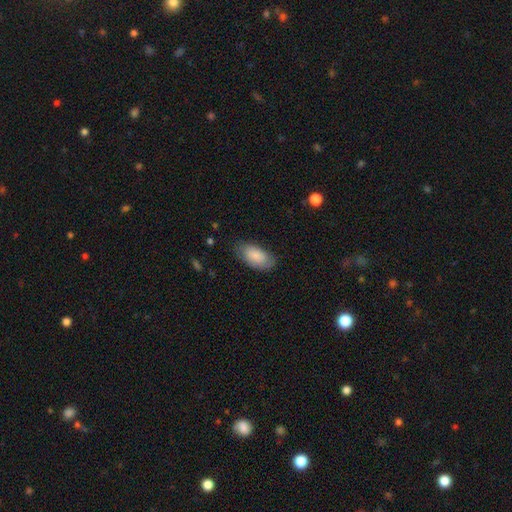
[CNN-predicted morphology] A smooth galaxy with no disk features (83%) that is in between round and cigar-shaped (93%).

Vote fractions:
- Smooth or featured? smooth: 83% / featured or disk: 11% / star or artifact: 6%
- How rounded? in between: 93% / cigar-shaped: 4% / round: 3%
- Merging? none: 73% / minor disturbance: 21% / major disturbance: 5% / merger: 1%